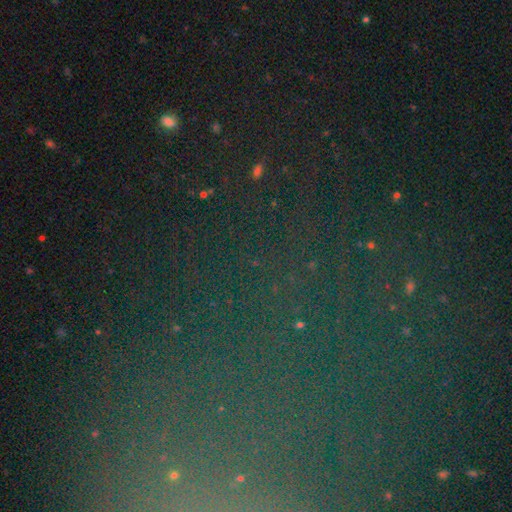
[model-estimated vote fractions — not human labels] This appears to be a star or artifact, not a galaxy (81%).